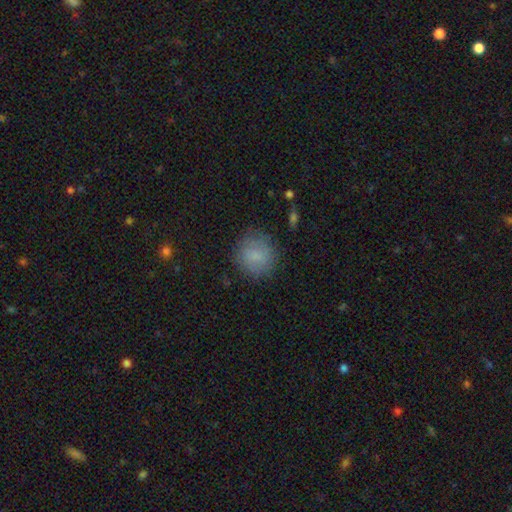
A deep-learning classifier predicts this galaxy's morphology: A smooth galaxy with no disk features (83%) that is round (88%). Merging: none (81%).